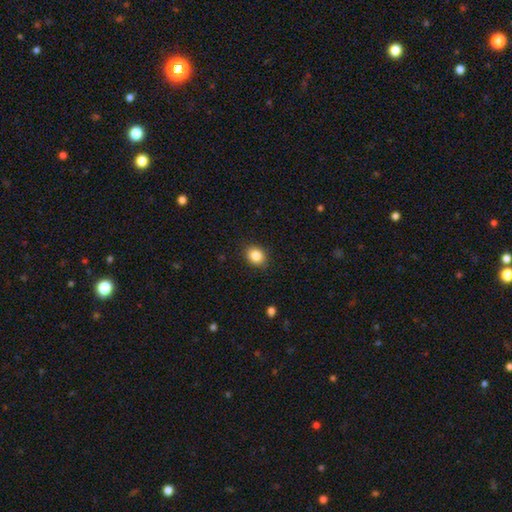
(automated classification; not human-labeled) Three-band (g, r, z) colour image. It shows a smooth galaxy with no disk features (86%) that is round (57%). Merging: none (88%).